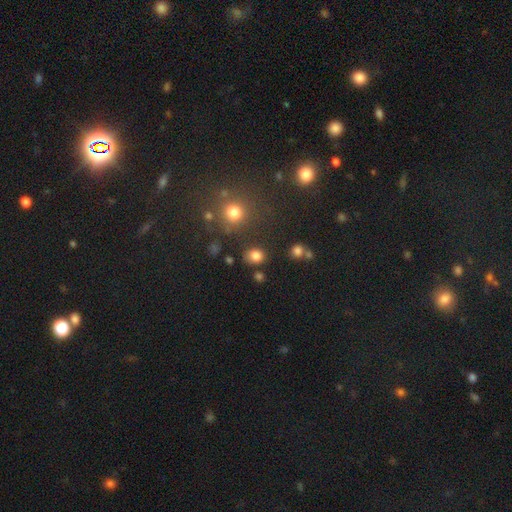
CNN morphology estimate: This is clearly a smooth galaxy (81%). How rounded: likely round (62%). Merging: likely none (80%).